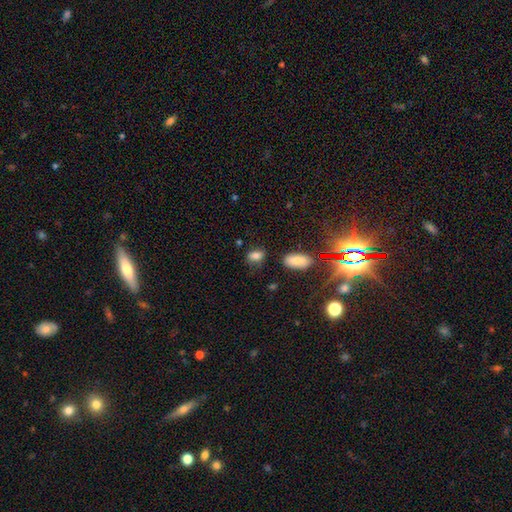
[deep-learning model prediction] smooth_or_featured: smooth (p=0.82) [alt: star or artifact p=0.11]
how_rounded: in between (p=0.83) [alt: round p=0.13]
merging: none (p=0.69) [alt: minor disturbance p=0.20]